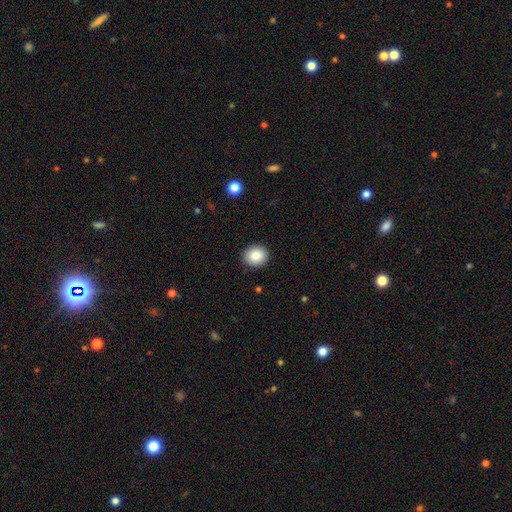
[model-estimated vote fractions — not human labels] Smooth or featured?
  - smooth: 87% *
  - star or artifact: 8%
  - featured or disk: 5%
How rounded?
  - round: 74% *
  - in between: 25%
  - cigar-shaped: 1%
Merging?
  - none: 91% *
  - minor disturbance: 7%
  - major disturbance: 2%
  - merger: 1%